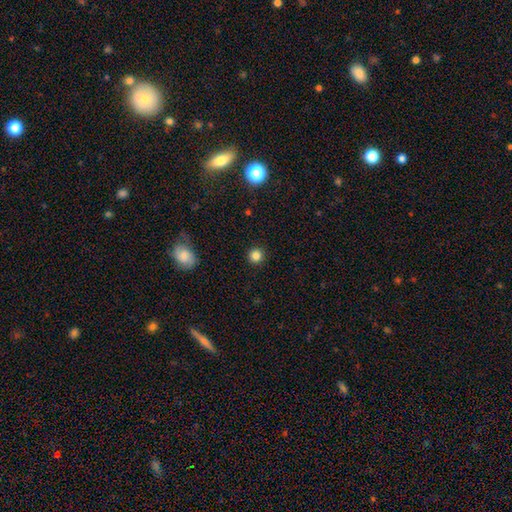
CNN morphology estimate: smooth-or-featured: smooth: 84% | star or artifact: 12% | featured or disk: 4%
  how-rounded: round: 95% | in between: 4% | cigar-shaped: 1%
  merging: none: 92% | minor disturbance: 5% | major disturbance: 2% | merger: 1%